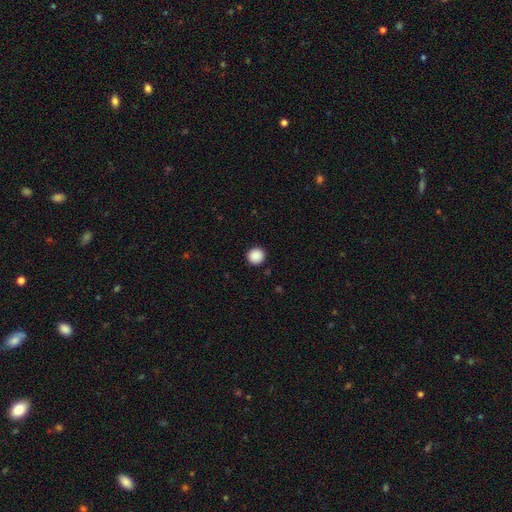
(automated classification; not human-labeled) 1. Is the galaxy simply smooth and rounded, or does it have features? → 89% smooth, 9% star or artifact, 2% featured or disk.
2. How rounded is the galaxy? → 94% round, 5% in between, 1% cigar-shaped.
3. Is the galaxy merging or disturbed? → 93% none, 5% minor disturbance, 2% major disturbance, 1% merger.